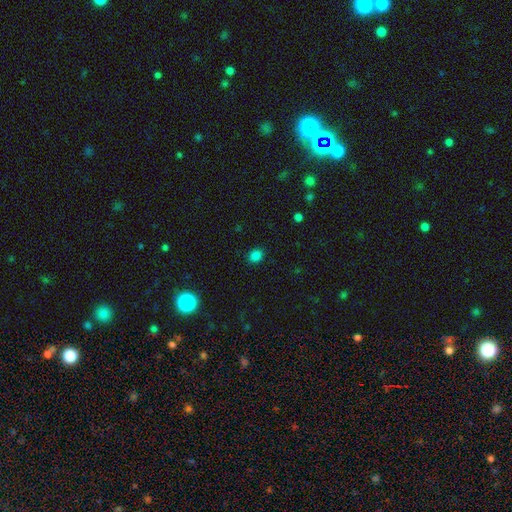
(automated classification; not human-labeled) Q: Smooth or featured?
A: smooth (81%); runner-up: star or artifact (15%)
Q: How rounded?
A: round (60%); runner-up: in between (39%)
Q: Merging?
A: none (89%); runner-up: minor disturbance (8%)